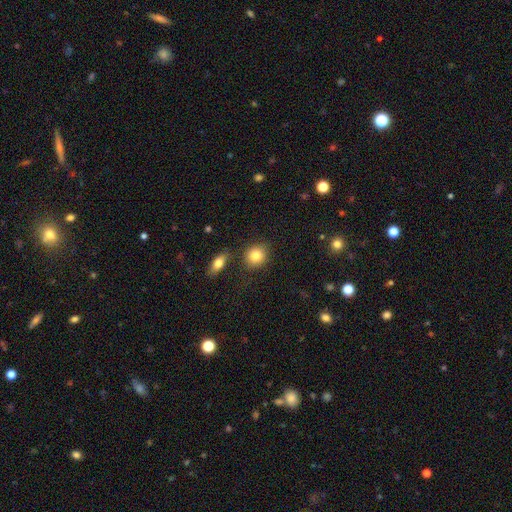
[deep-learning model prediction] Overall: smooth (83%). How rounded: round (78%). Merging: none (83%).